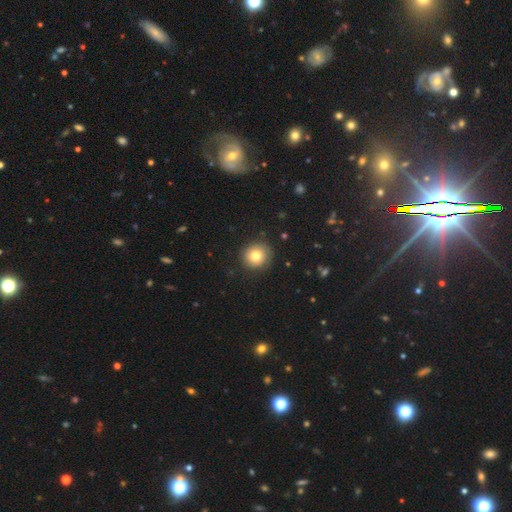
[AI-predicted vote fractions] A smooth galaxy with no disk features (75%) that is round (90%).

Vote fractions:
- Smooth or featured? smooth: 75% / featured or disk: 15% / star or artifact: 10%
- How rounded? round: 90% / in between: 9% / cigar-shaped: 1%
- Merging? none: 85% / minor disturbance: 11% / major disturbance: 3% / merger: 1%